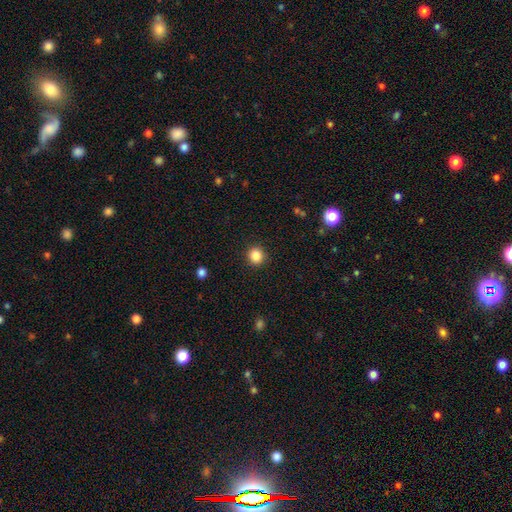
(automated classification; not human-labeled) smooth-or-featured: smooth: 86% | star or artifact: 11% | featured or disk: 4%
  how-rounded: round: 89% | in between: 10% | cigar-shaped: 1%
  merging: none: 91% | minor disturbance: 6% | major disturbance: 2% | merger: 1%